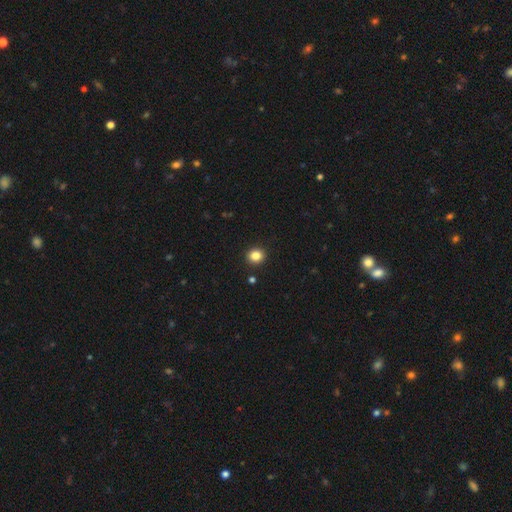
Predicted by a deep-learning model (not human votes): This is clearly a smooth galaxy (84%). How rounded: clearly round (80%). Merging: clearly none (92%).